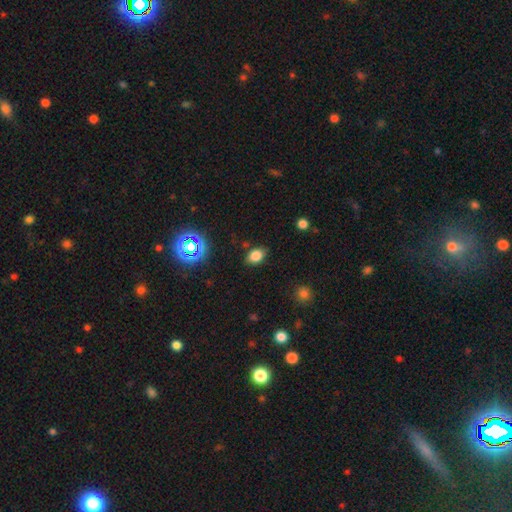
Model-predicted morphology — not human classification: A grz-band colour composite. It shows a smooth galaxy with no disk features (78%) that is in between round and cigar-shaped (79%). Merging: none (83%).